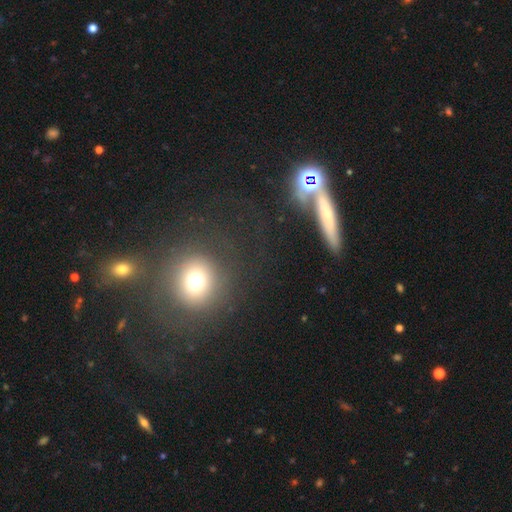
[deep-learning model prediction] Morphology: type=smooth (51%); roundness=round (70%); merging=none (73%).